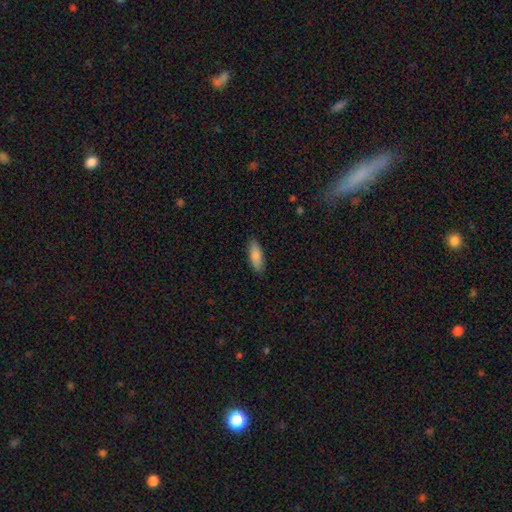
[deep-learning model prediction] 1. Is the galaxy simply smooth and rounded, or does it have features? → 85% smooth, 9% featured or disk, 6% star or artifact.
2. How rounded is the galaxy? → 66% in between, 33% cigar-shaped, 2% round.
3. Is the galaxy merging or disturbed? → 87% none, 10% minor disturbance, 2% major disturbance, 1% merger.